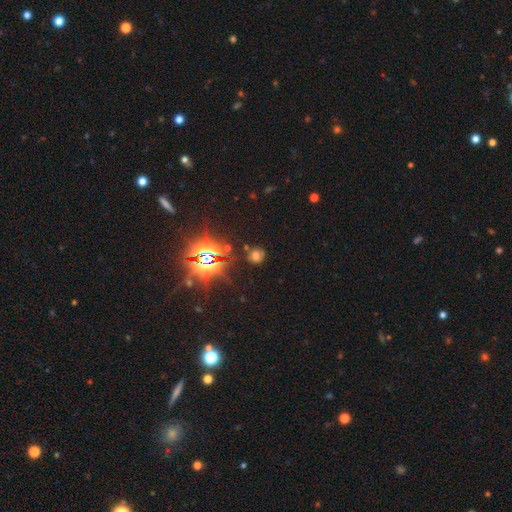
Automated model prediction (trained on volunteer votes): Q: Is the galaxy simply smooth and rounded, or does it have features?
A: smooth — 48%.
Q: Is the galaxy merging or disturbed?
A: none — 75%.